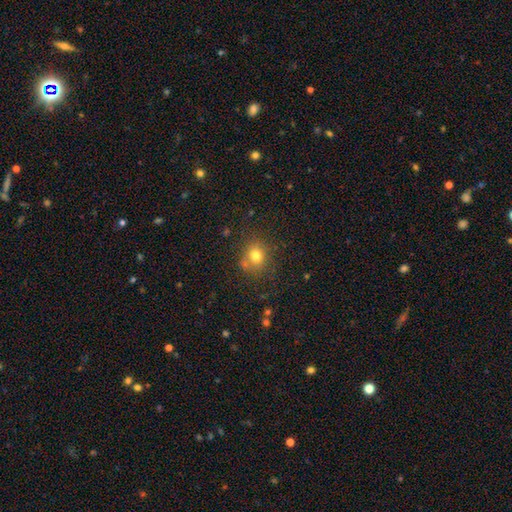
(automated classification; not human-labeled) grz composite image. It shows a smooth galaxy with no disk features (76%) that is round (76%). Merging: none (73%).